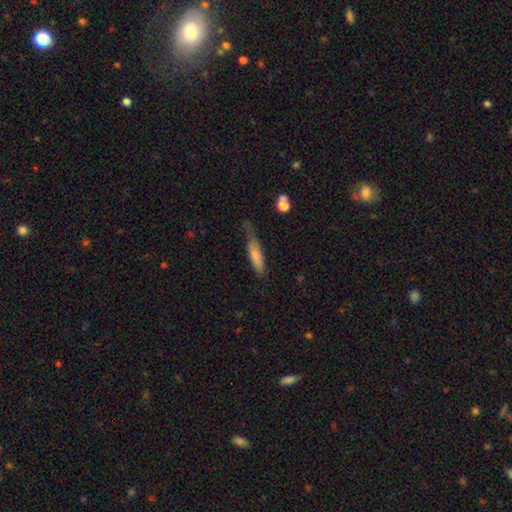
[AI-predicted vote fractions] smooth_or_featured: smooth (p=0.76) [alt: featured or disk p=0.18]
how_rounded: cigar-shaped (p=0.76) [alt: in between p=0.22]
merging: none (p=0.42) [alt: minor disturbance p=0.37]